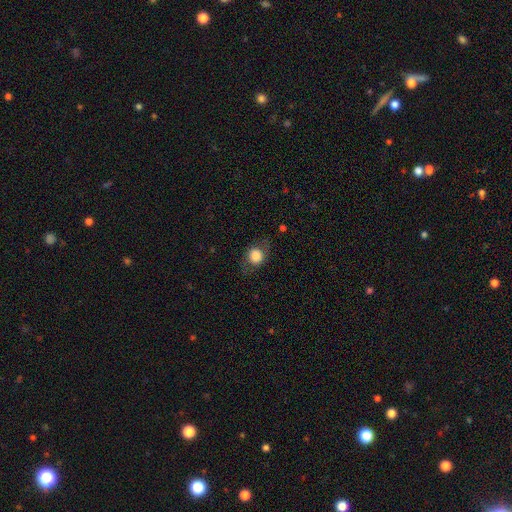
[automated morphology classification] The model was most divided on "how rounded": round: 71%, in between: 27%, cigar-shaped: 1%. More confident: smooth or featured — smooth (75%); merging — none (73%).